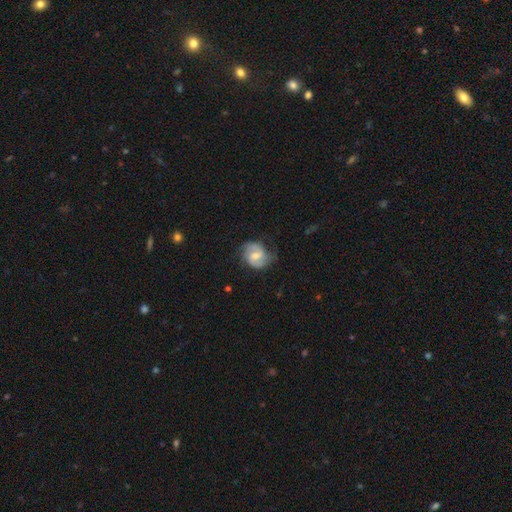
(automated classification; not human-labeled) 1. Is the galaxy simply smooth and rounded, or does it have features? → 75% featured or disk, 19% smooth, 6% star or artifact.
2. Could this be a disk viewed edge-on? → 98% no, 2% yes.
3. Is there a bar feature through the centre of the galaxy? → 57% weak, 28% no, 15% strong.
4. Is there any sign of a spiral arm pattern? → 94% yes, 6% no.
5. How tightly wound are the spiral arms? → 50% medium, 27% tight, 23% loose.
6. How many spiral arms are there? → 86% 2, 7% can't tell, 3% 3, 2% 1, 1% 4, 1% more than 4.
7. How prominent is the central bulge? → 52% moderate, 38% small, 6% none, 4% large, 1% dominant.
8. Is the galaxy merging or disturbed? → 69% none, 22% minor disturbance, 8% major disturbance, 1% merger.